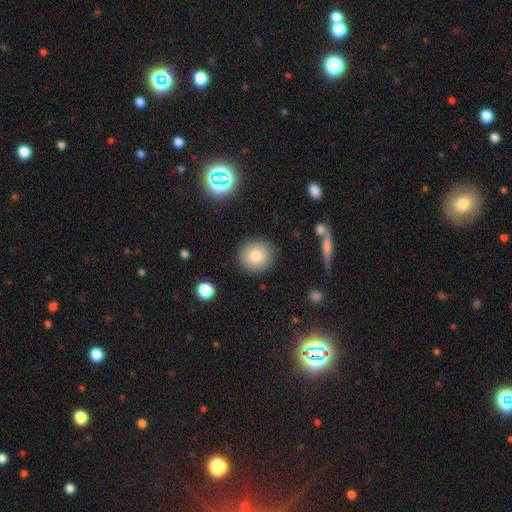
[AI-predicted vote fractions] Smooth or featured?
  - smooth: 80% *
  - featured or disk: 10%
  - star or artifact: 10%
How rounded?
  - round: 91% *
  - in between: 8%
  - cigar-shaped: 1%
Merging?
  - none: 88% *
  - minor disturbance: 8%
  - major disturbance: 2%
  - merger: 2%